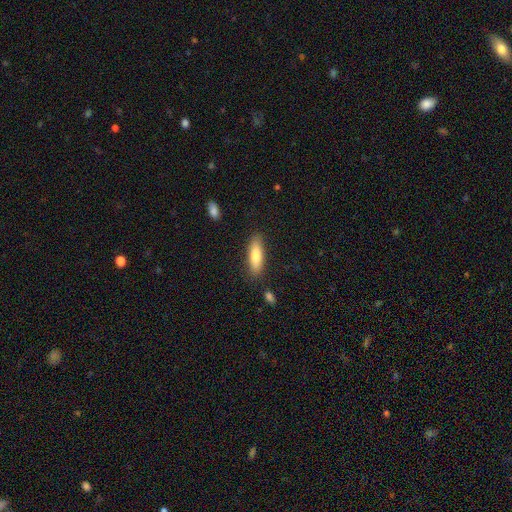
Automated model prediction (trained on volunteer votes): This appears to be a smooth galaxy with no disk features (79%) that is cigar-shaped (51%). Merging: none (85%).